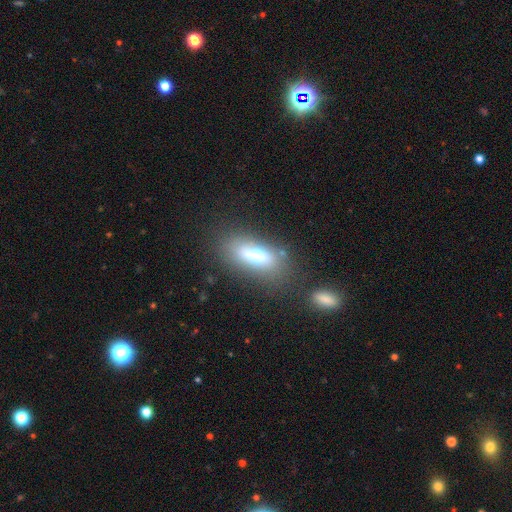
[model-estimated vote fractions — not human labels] Smooth or featured: smooth — 59% (featured or disk — 31%)
How rounded: in between — 76% (cigar-shaped — 19%)
Merging: none — 63% (minor disturbance — 17%)